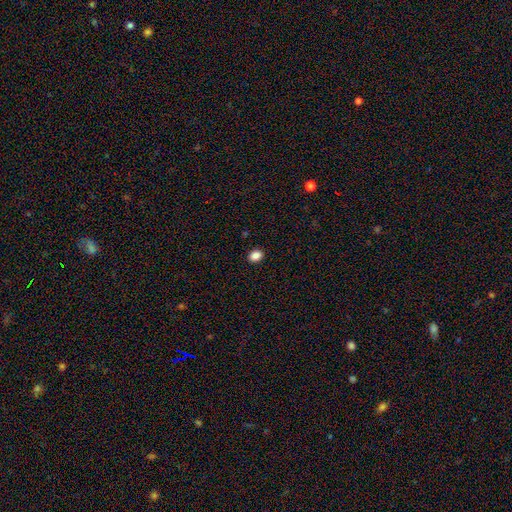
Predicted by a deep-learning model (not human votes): A smooth galaxy with no disk features (87%) that is in between round and cigar-shaped (65%). Merging: none (91%).